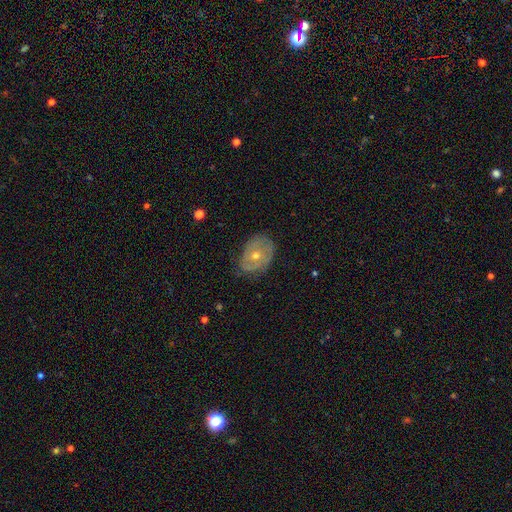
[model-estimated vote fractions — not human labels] A featured or disk galaxy (67%) with no bar (78%), spiral arms (65%) and a moderate central bulge (54%).

Vote fractions:
- Smooth or featured? featured or disk: 67% / smooth: 24% / star or artifact: 9%
- Edge-on disk? no: 95% / yes: 5%
- Bar? no: 78% / weak: 17% / strong: 4%
- Spiral arms? yes: 65% / no: 35%
- Bulge size? moderate: 54% / small: 44% / large: 1% / none: 1% / dominant: 1%
- Merging? none: 68% / minor disturbance: 24% / major disturbance: 7% / merger: 1%